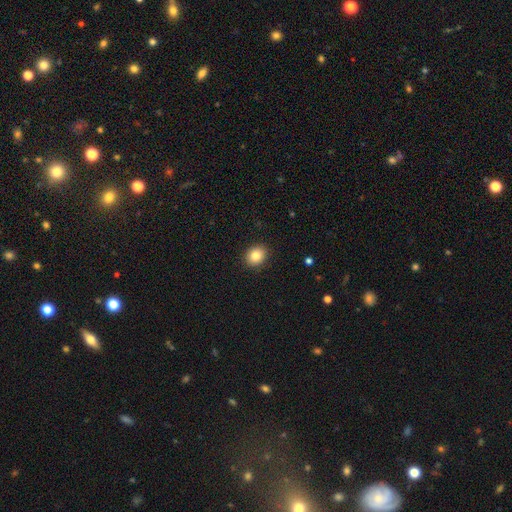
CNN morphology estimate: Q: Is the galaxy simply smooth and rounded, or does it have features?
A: smooth — 82%.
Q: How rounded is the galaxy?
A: round — 62%.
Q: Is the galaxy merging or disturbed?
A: none — 91%.